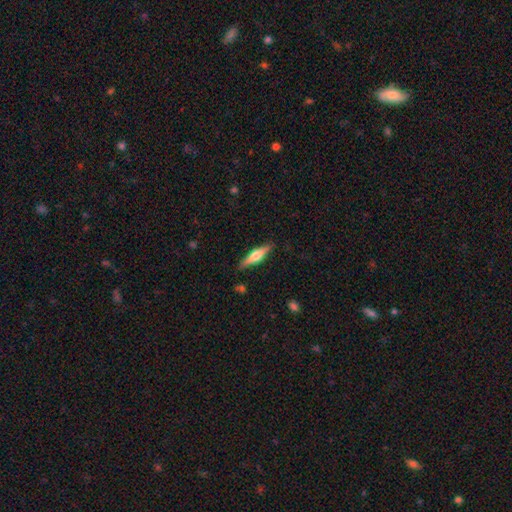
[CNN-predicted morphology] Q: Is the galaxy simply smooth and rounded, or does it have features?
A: featured or disk — 54%.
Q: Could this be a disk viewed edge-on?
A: yes — 96%.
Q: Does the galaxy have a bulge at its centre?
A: rounded — 87%.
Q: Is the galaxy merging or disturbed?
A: none — 88%.